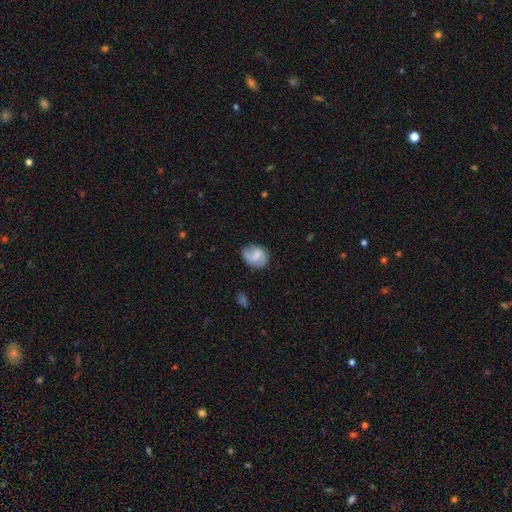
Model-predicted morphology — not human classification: smooth 50%, featured or disk 43%, star or artifact 8%. Down the decision tree: merging — none (72%).